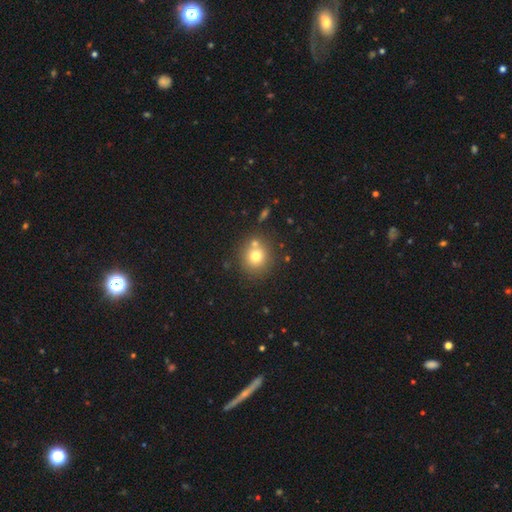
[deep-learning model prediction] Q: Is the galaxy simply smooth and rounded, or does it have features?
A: smooth — 73%.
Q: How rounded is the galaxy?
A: round — 86%.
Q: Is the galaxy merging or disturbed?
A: none — 69%.